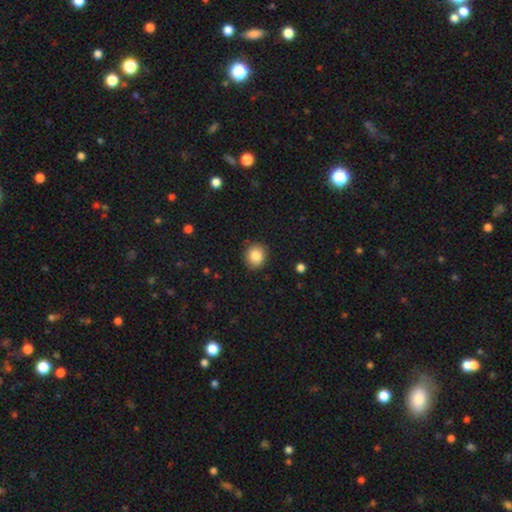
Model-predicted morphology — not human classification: smooth-or-featured: smooth: 86% | star or artifact: 9% | featured or disk: 5%
  how-rounded: round: 83% | in between: 16% | cigar-shaped: 1%
  merging: none: 88% | minor disturbance: 8% | major disturbance: 2% | merger: 1%